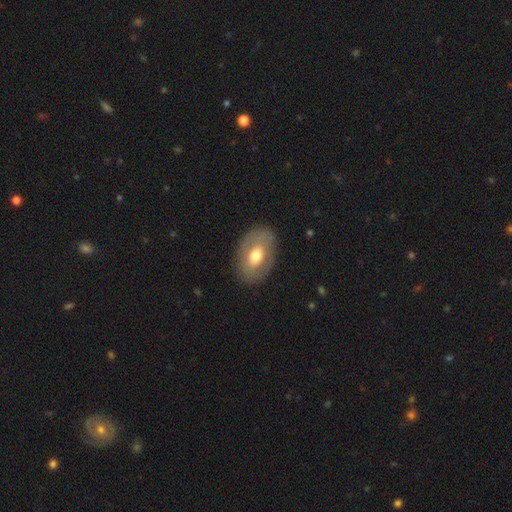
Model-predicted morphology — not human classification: type=smooth (56%); roundness=in between (86%); merging=none (83%).